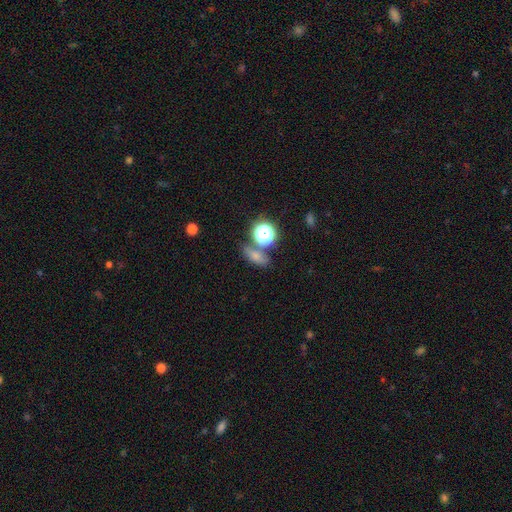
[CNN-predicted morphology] Smooth or featured? Predicted: smooth (p=0.64). How rounded? Predicted: in between (p=0.54). Merging? Predicted: none (p=0.66).